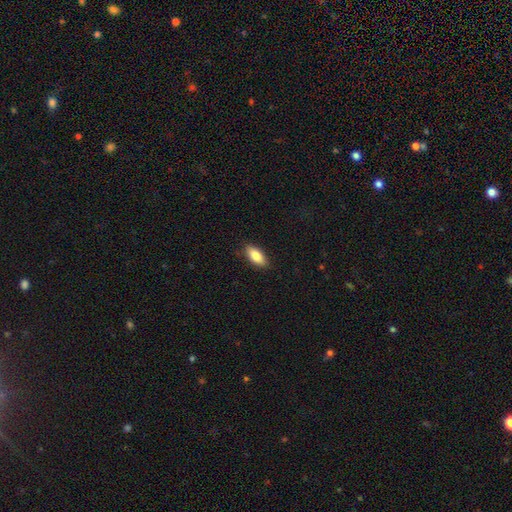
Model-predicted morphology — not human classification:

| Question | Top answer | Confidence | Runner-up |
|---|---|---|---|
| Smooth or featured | smooth | 84% | featured or disk (10%) |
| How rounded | in between | 86% | cigar-shaped (11%) |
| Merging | none | 88% | minor disturbance (9%) |